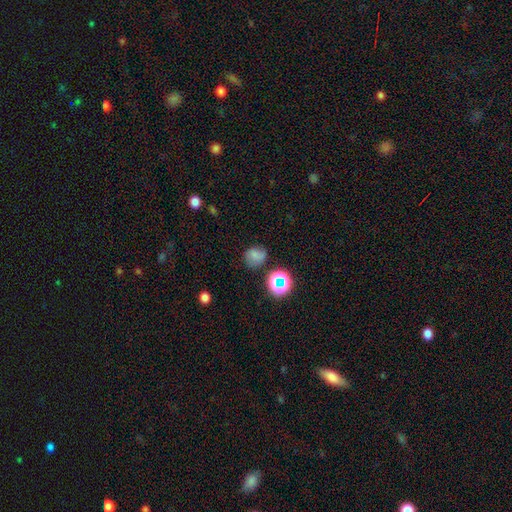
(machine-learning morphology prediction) Smooth or featured? Predicted: smooth (p=0.65). How rounded? Predicted: round (p=0.73). Merging? Predicted: none (p=0.65).